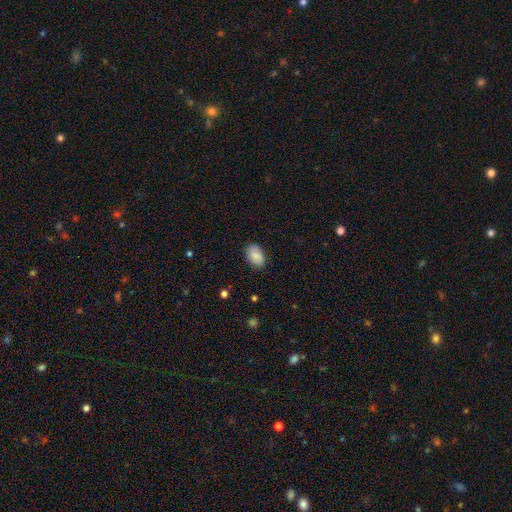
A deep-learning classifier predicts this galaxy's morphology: The model was most divided on "merging": none: 85%, minor disturbance: 12%, major disturbance: 3%, merger: 1%. More confident: how rounded — in between (90%); smooth or featured — smooth (87%).